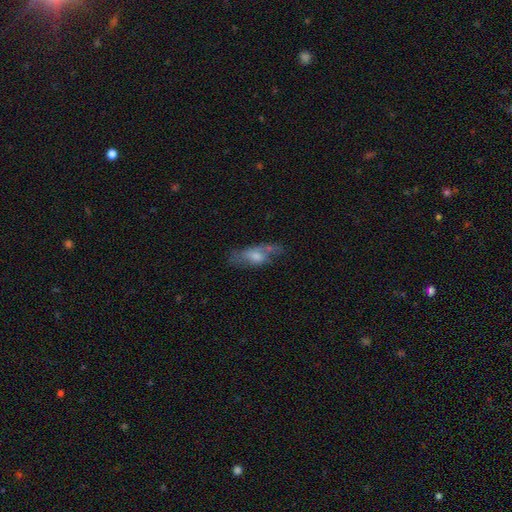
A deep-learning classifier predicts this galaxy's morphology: The model was most divided on "smooth or featured": featured or disk: 51%, smooth: 39%, star or artifact: 10%. More confident: edge-on disk — no (73%); merging — none (54%).